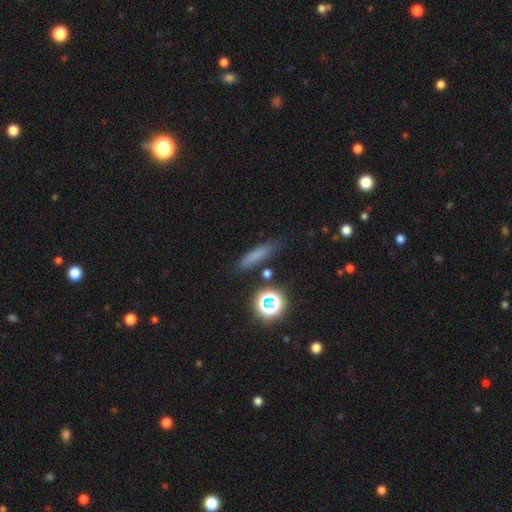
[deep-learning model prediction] Smooth or featured? Predicted: smooth (p=0.71). How rounded? Predicted: cigar-shaped (p=0.74). Merging? Predicted: none (p=0.81).